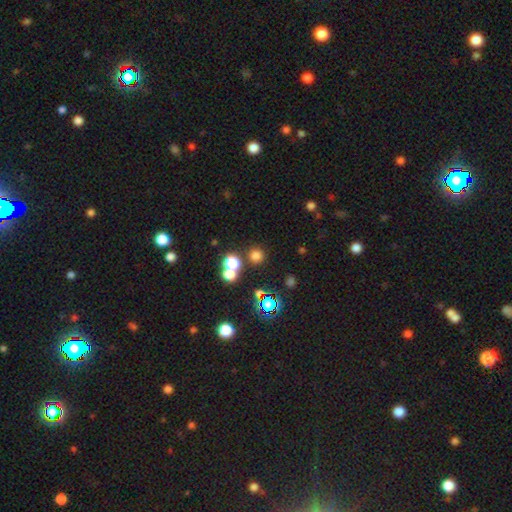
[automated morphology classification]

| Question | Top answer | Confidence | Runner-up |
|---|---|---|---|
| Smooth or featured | smooth | 70% | star or artifact (24%) |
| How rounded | round | 92% | in between (7%) |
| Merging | none | 75% | merger (14%) |